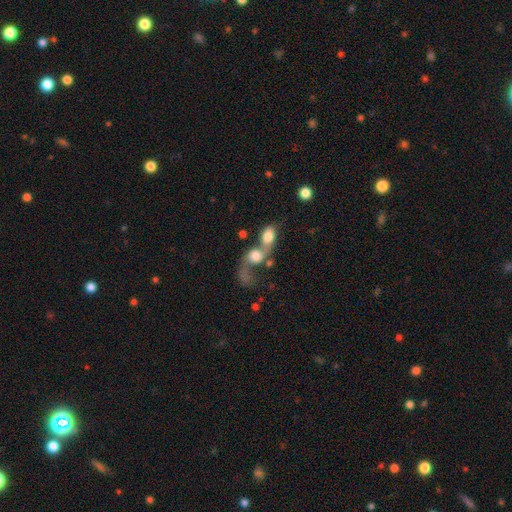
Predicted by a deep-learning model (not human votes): smooth 57%, featured or disk 32%, star or artifact 11%. Down the decision tree: how rounded — in between (56%); merging — merger (77%).